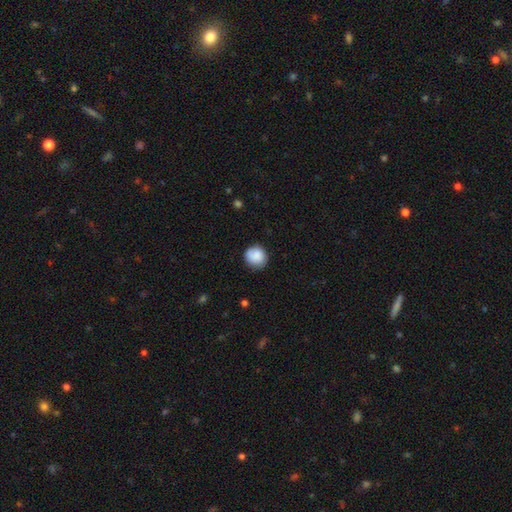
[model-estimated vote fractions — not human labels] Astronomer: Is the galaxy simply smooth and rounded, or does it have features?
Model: smooth — 83%.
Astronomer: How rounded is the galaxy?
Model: round — 86%.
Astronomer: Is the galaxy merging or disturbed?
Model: none — 77%.